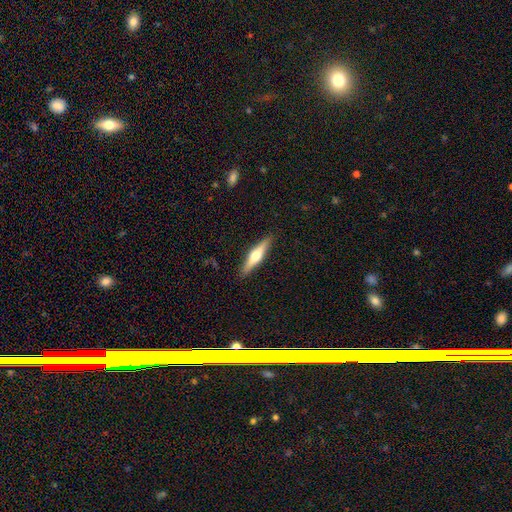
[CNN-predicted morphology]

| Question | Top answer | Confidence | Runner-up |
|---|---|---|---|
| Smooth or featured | featured or disk | 58% | smooth (36%) |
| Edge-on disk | yes | 96% | no (4%) |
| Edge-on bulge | rounded | 93% | boxy (4%) |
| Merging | none | 90% | minor disturbance (7%) |